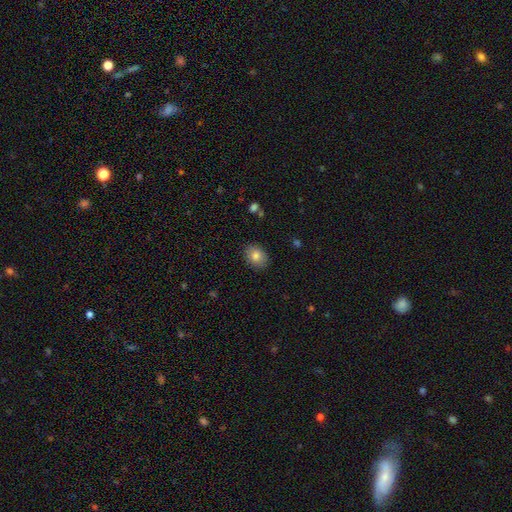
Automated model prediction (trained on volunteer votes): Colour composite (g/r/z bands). It shows a smooth galaxy with no disk features (83%) that is in between round and cigar-shaped (60%). Merging: none (88%).